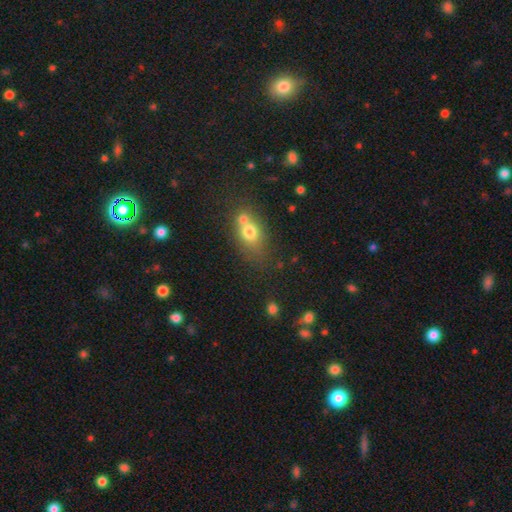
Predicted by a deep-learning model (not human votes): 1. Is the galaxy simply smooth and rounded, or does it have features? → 61% smooth, 23% star or artifact, 16% featured or disk.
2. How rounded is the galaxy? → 54% in between, 41% round, 5% cigar-shaped.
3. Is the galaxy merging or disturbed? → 52% none, 32% merger, 12% minor disturbance, 5% major disturbance.